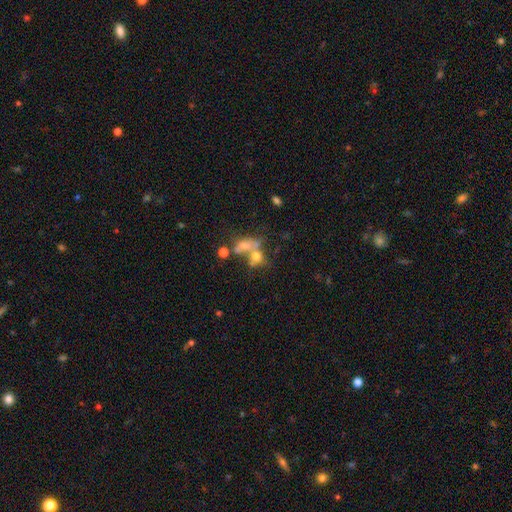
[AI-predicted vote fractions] Smooth or featured?
  - smooth: 40% *
  - featured or disk: 35%
  - star or artifact: 25%
Merging?
  - merger: 53% *
  - none: 29%
  - major disturbance: 9%
  - minor disturbance: 9%